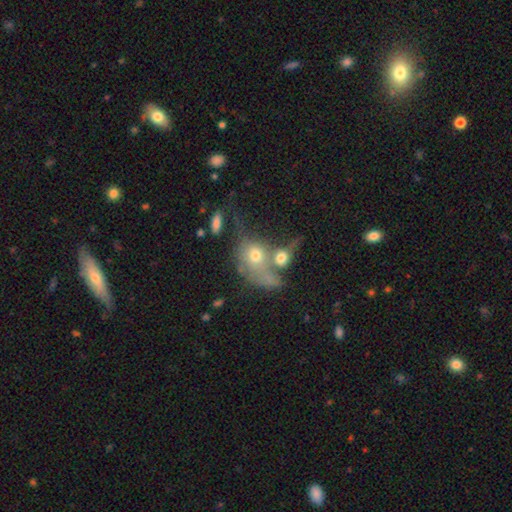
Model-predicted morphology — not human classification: Overall: smooth (58%; featured or disk 30%). How rounded: in between (52%; round 45%). Merging: merger (55%; none 17%).